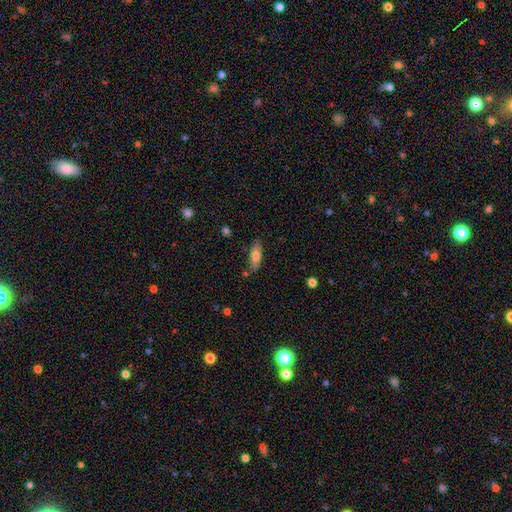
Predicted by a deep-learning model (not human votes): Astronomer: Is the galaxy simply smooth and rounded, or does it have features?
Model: smooth — 73%.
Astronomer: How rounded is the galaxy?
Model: in between — 58% (runner-up: cigar-shaped, 40%).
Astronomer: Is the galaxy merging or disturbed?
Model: none — 77%.